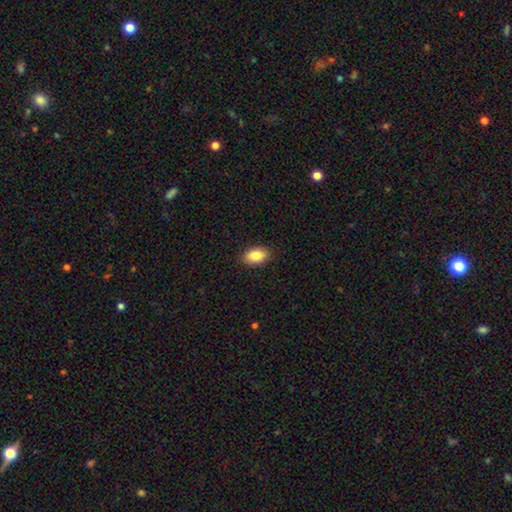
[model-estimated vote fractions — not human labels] smooth_or_featured: smooth (p=0.84) [alt: featured or disk p=0.08]
how_rounded: in between (p=0.91) [alt: round p=0.07]
merging: none (p=0.89) [alt: minor disturbance p=0.08]